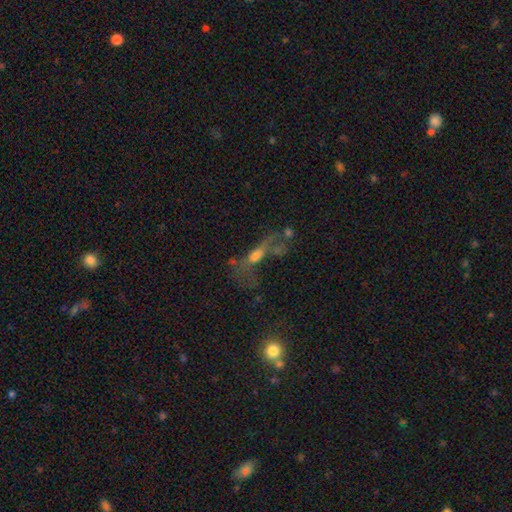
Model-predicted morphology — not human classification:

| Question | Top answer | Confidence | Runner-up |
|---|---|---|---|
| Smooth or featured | featured or disk | 45% | smooth (36%) |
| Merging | major disturbance | 41% | none (27%) |